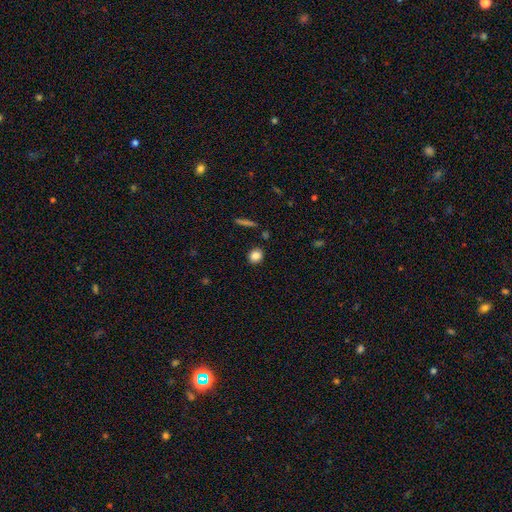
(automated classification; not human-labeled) smooth-or-featured: smooth: 84% | star or artifact: 10% | featured or disk: 6%
  how-rounded: round: 73% | in between: 25% | cigar-shaped: 2%
  merging: none: 88% | minor disturbance: 8% | merger: 2% | major disturbance: 2%